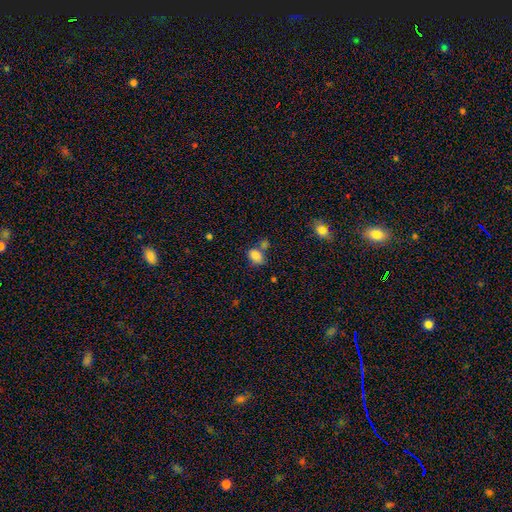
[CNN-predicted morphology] Smooth or featured? Predicted: smooth (p=0.83). How rounded? Predicted: in between (p=0.80). Merging? Predicted: none (p=0.51).